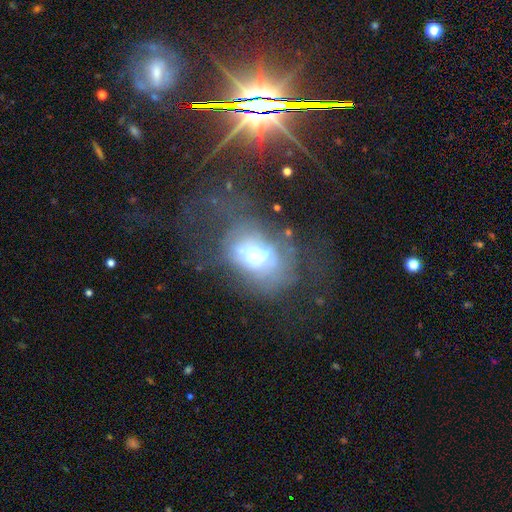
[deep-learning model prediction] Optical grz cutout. It shows a featured or disk galaxy (49%). Merging: major disturbance (40%).